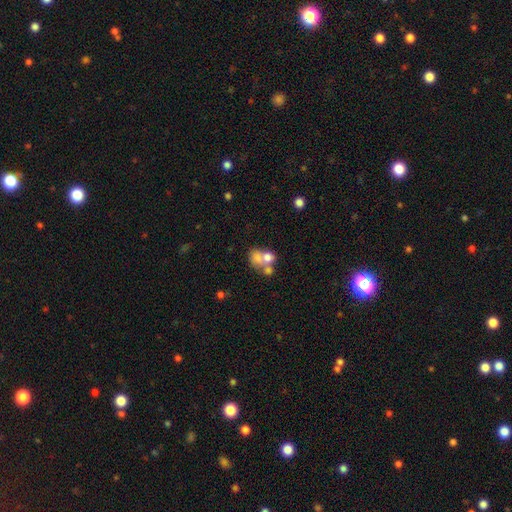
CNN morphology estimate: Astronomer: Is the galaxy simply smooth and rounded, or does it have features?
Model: smooth — 53%.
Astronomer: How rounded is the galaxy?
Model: round — 57% (runner-up: in between, 41%).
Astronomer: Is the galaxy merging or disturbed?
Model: merger — 55%.